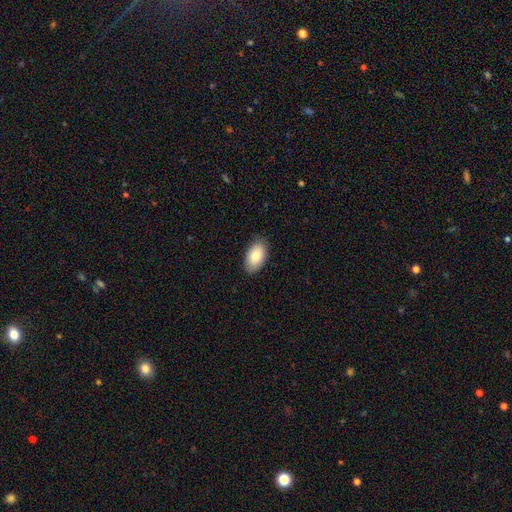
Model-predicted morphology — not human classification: The model was most divided on "smooth or featured": smooth: 79%, featured or disk: 14%, star or artifact: 7%. More confident: how rounded — in between (94%); merging — none (87%).